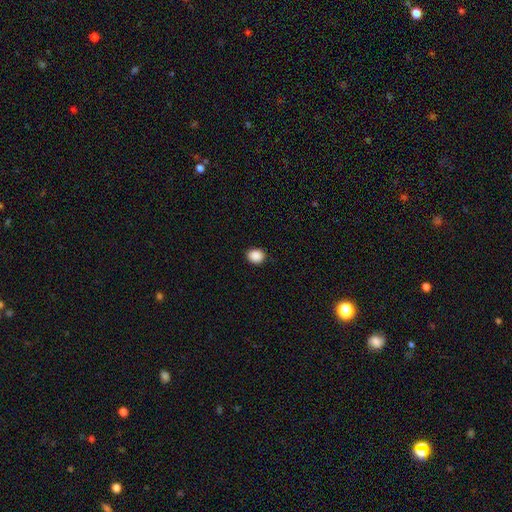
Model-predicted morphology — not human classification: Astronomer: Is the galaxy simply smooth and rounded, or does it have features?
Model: smooth — 89%.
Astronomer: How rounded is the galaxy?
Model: round — 67%.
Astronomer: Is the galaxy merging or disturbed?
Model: none — 90%.